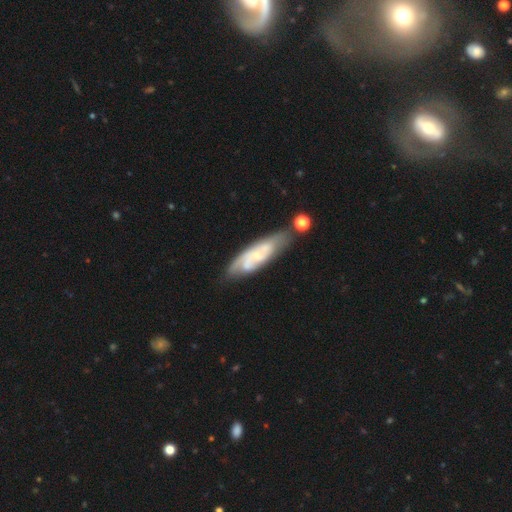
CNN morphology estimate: type=featured or disk (68%); edge-on=no (80%); bar=no (63%); spiral arms=yes (81%); bulge=small (66%); merging=none (60%).